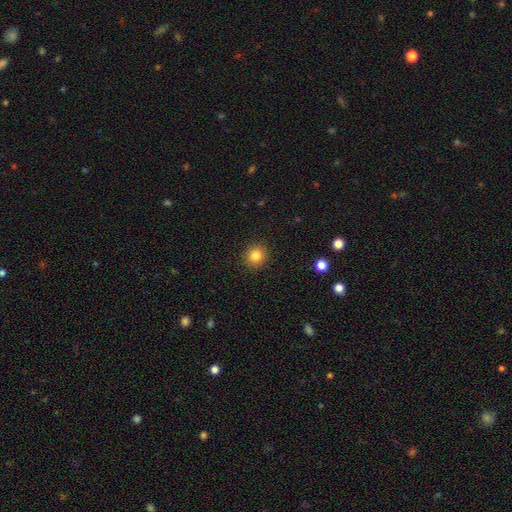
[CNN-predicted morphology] Overall: smooth (83%). How rounded: round (91%). Merging: none (92%).